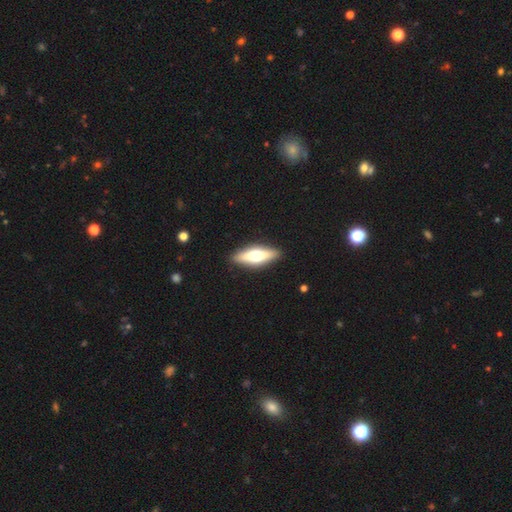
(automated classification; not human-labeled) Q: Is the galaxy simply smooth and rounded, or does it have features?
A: featured or disk — 48%.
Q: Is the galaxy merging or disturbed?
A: none — 90%.